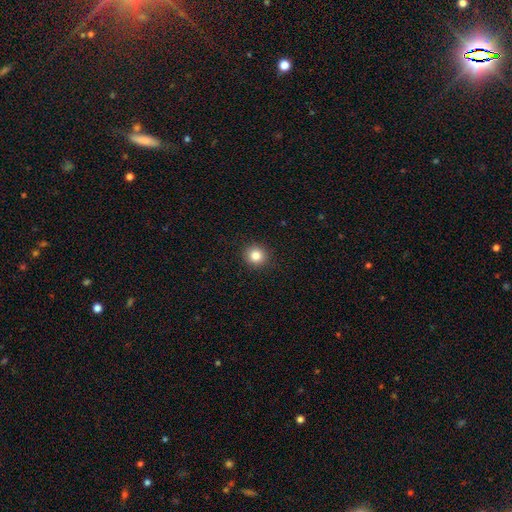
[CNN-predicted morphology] This appears to be a smooth galaxy with no disk features (84%) that is round (91%). Merging: none (92%).